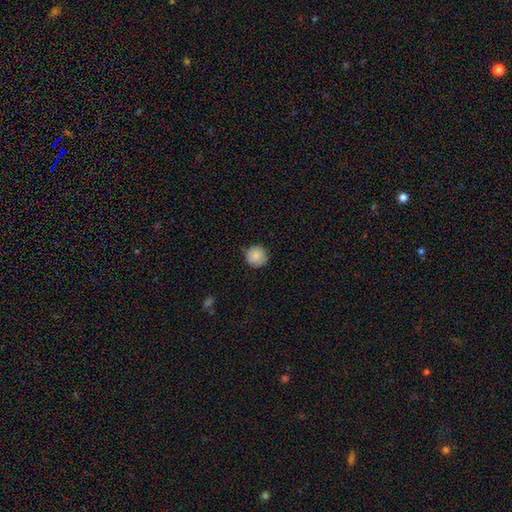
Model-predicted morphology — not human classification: A smooth galaxy with no disk features (87%) that is round (95%).

Vote fractions:
- Smooth or featured? smooth: 87% / star or artifact: 8% / featured or disk: 5%
- How rounded? round: 95% / in between: 5% / cigar-shaped: 1%
- Merging? none: 83% / minor disturbance: 13% / major disturbance: 2% / merger: 1%